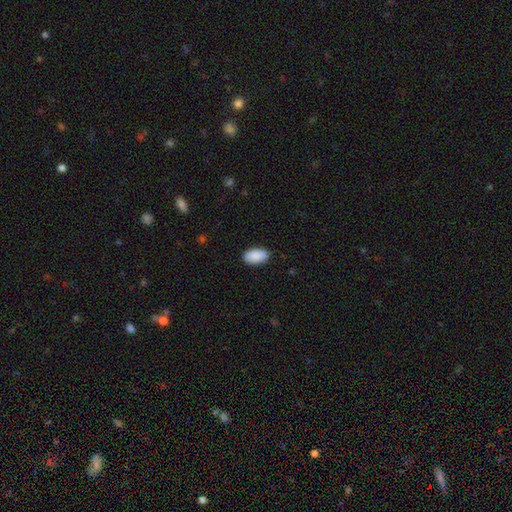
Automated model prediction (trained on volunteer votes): Smooth or featured: smooth — 91% (star or artifact — 6%)
How rounded: in between — 95% (round — 3%)
Merging: none — 88% (minor disturbance — 9%)